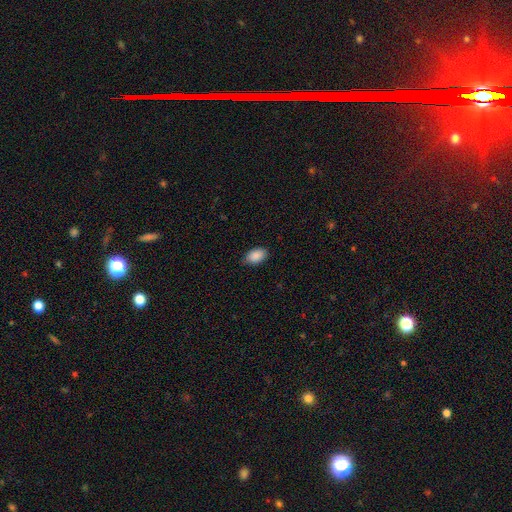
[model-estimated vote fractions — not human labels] This appears to be a smooth galaxy with no disk features (90%) that is in between round and cigar-shaped (92%). Merging: none (83%).